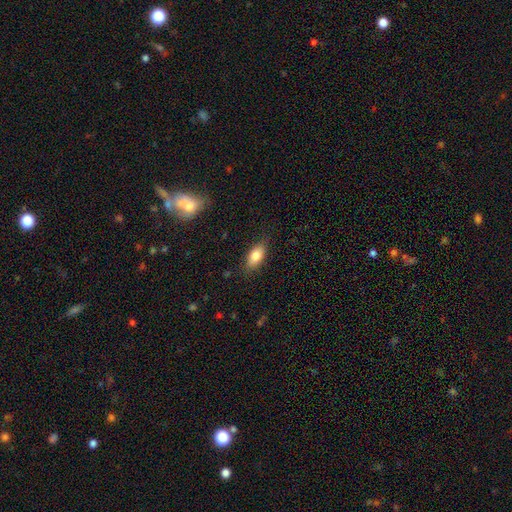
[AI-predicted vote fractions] Smooth or featured: smooth — 80% (featured or disk — 13%)
How rounded: in between — 88% (cigar-shaped — 8%)
Merging: none — 84% (minor disturbance — 12%)